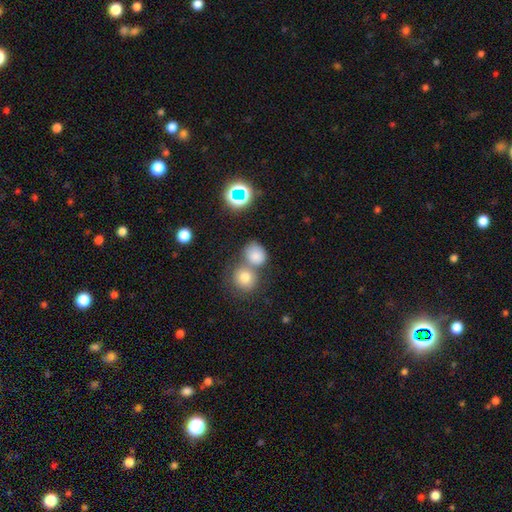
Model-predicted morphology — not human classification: smooth_or_featured: smooth (p=0.78) [alt: star or artifact p=0.14]
how_rounded: round (p=0.69) [alt: in between p=0.30]
merging: none (p=0.43) [tied with: merger p=0.43]